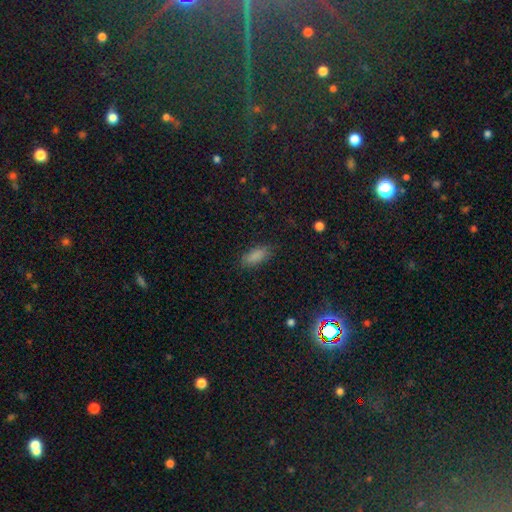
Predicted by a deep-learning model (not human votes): A smooth galaxy with no disk features (85%) that is in between round and cigar-shaped (82%).

Vote fractions:
- Smooth or featured? smooth: 85% / star or artifact: 10% / featured or disk: 5%
- How rounded? in between: 82% / cigar-shaped: 15% / round: 3%
- Merging? none: 84% / minor disturbance: 12% / major disturbance: 3% / merger: 1%